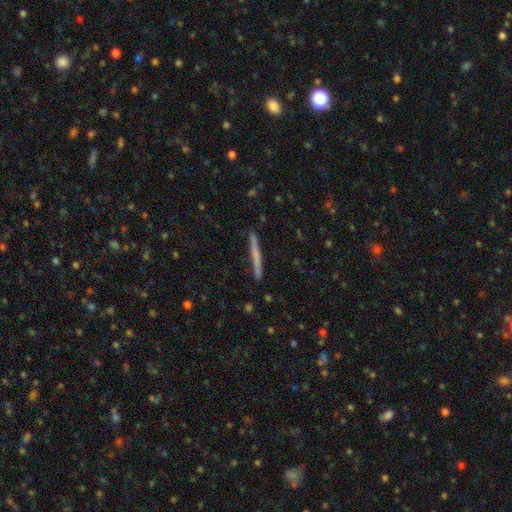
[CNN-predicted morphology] Smooth or featured? smooth (54%)
How rounded? cigar-shaped (97%)
Merging? none (91%)